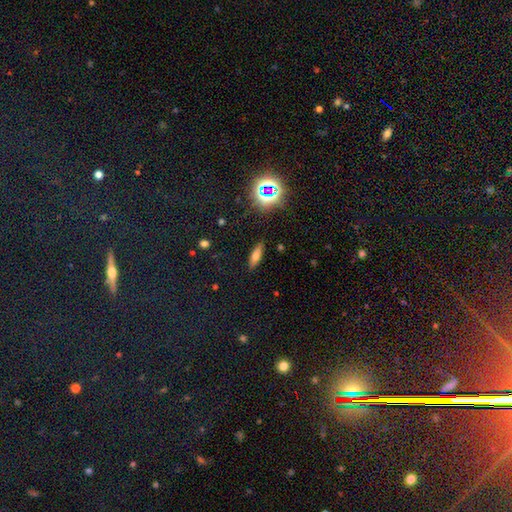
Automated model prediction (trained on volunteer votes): smooth-or-featured: smooth: 60% | featured or disk: 23% | star or artifact: 17%
  how-rounded: in between: 49% | cigar-shaped: 47% | round: 4%
  merging: none: 87% | minor disturbance: 9% | major disturbance: 2% | merger: 2%